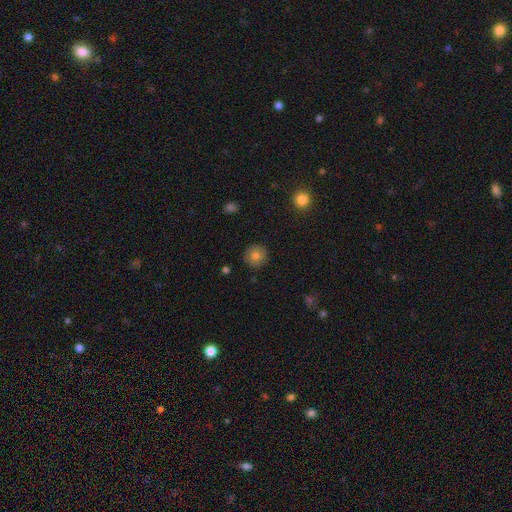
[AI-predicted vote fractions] smooth_or_featured: smooth (p=0.78) [alt: featured or disk p=0.12]
how_rounded: round (p=0.95) [alt: in between p=0.04]
merging: none (p=0.90) [alt: minor disturbance p=0.07]